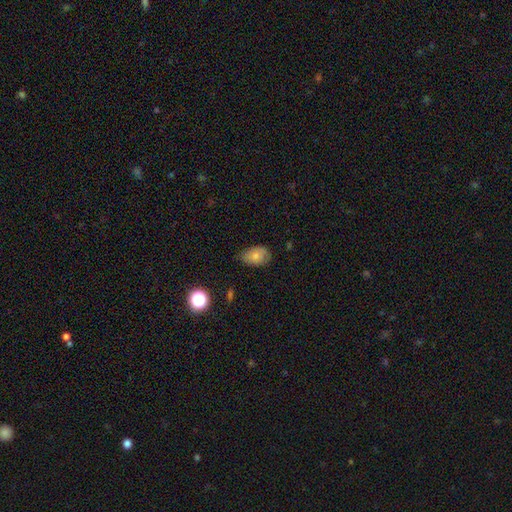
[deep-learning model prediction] A smooth galaxy with no disk features (75%) that is in between round and cigar-shaped (85%).

Vote fractions:
- Smooth or featured? smooth: 75% / featured or disk: 15% / star or artifact: 9%
- How rounded? in between: 85% / round: 14% / cigar-shaped: 1%
- Merging? none: 64% / minor disturbance: 29% / major disturbance: 5% / merger: 1%